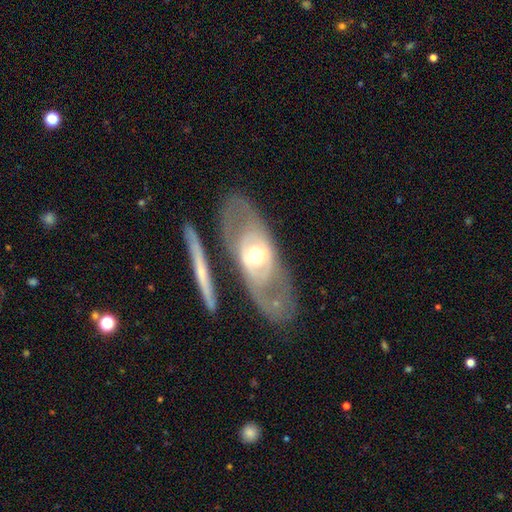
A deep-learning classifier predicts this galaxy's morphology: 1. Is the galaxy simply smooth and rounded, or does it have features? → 70% featured or disk, 24% smooth, 5% star or artifact.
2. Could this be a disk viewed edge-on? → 81% no, 19% yes.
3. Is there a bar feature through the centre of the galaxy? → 64% no, 22% weak, 14% strong.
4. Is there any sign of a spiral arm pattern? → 64% no, 36% yes.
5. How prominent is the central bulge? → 71% moderate, 14% small, 12% large, 1% dominant, 1% none.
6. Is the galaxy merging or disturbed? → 69% none, 14% minor disturbance, 9% merger, 8% major disturbance.